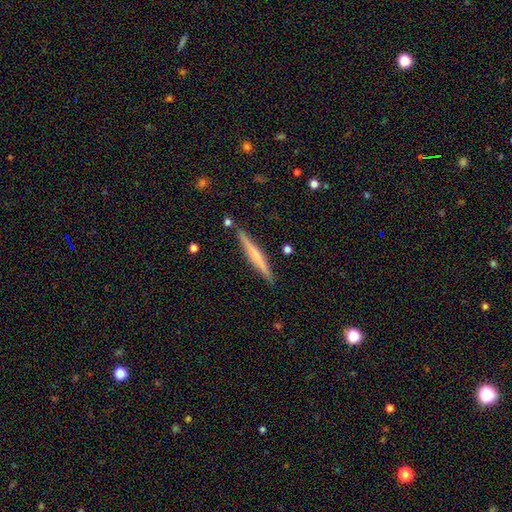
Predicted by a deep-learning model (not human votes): Overall: featured or disk (50%; smooth 44%). Merging: none (89%).